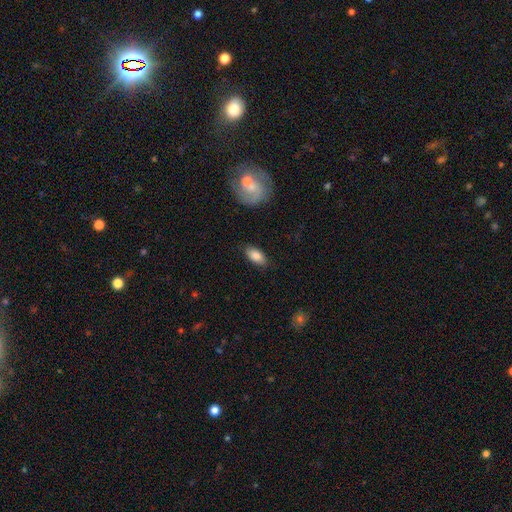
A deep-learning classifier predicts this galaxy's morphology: smooth-or-featured: smooth: 85% | featured or disk: 8% | star or artifact: 7%
  how-rounded: in between: 90% | cigar-shaped: 6% | round: 3%
  merging: none: 84% | minor disturbance: 12% | major disturbance: 3% | merger: 2%